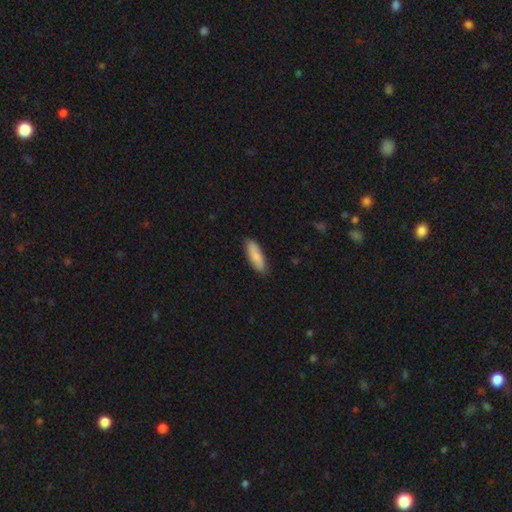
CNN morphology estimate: A smooth galaxy with no disk features (84%) that is in between round and cigar-shaped (54%).

Vote fractions:
- Smooth or featured? smooth: 84% / featured or disk: 11% / star or artifact: 5%
- How rounded? in between: 54% / cigar-shaped: 45% / round: 2%
- Merging? none: 86% / minor disturbance: 11% / major disturbance: 2% / merger: 1%